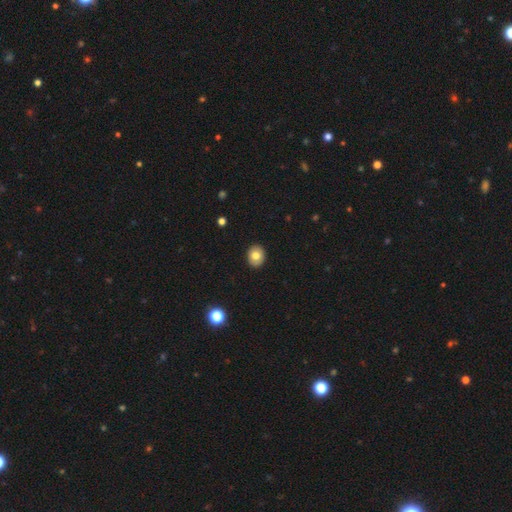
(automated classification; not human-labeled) smooth 78%, featured or disk 13%, star or artifact 8%. Down the decision tree: how rounded — round (58%); merging — none (91%).